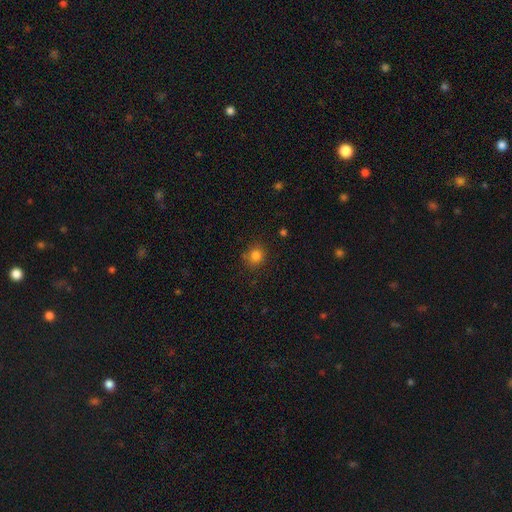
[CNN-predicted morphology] Smooth or featured: smooth — 81% (star or artifact — 13%)
How rounded: round — 83% (in between — 16%)
Merging: none — 81% (minor disturbance — 12%)